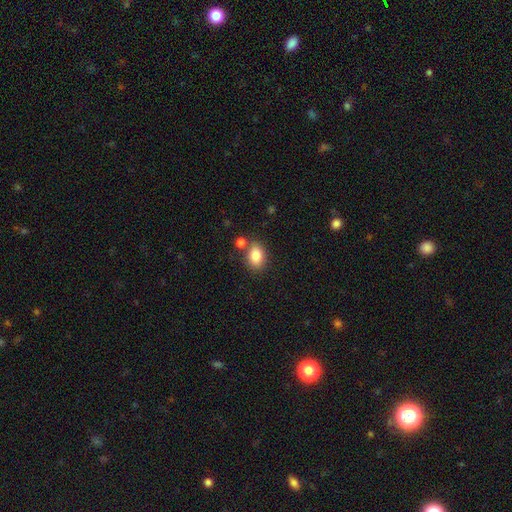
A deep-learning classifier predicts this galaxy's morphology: This is clearly a smooth galaxy (84%). How rounded: likely in between (72%). Merging: likely none (72%).